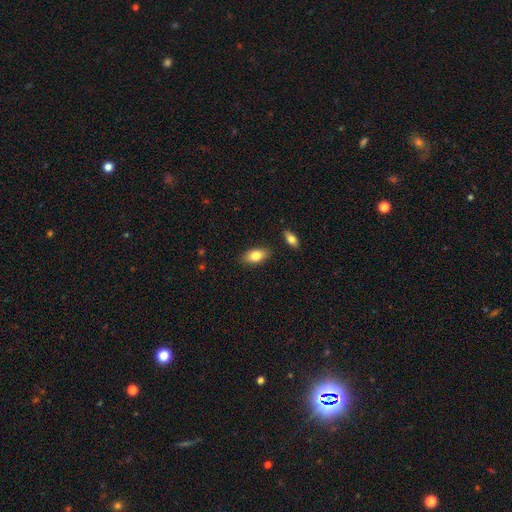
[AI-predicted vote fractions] Smooth or featured?
  - smooth: 81% *
  - featured or disk: 12%
  - star or artifact: 7%
How rounded?
  - in between: 90% *
  - cigar-shaped: 5%
  - round: 4%
Merging?
  - none: 85% *
  - minor disturbance: 10%
  - merger: 2%
  - major disturbance: 2%